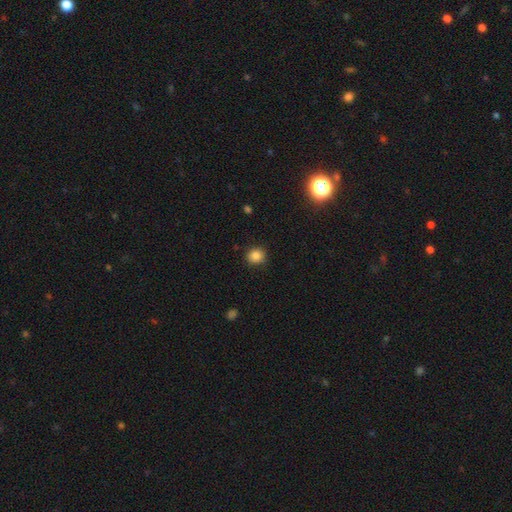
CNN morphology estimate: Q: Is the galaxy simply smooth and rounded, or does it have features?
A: smooth — 84%.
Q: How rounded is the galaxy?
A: round — 86%.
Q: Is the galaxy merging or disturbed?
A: none — 89%.